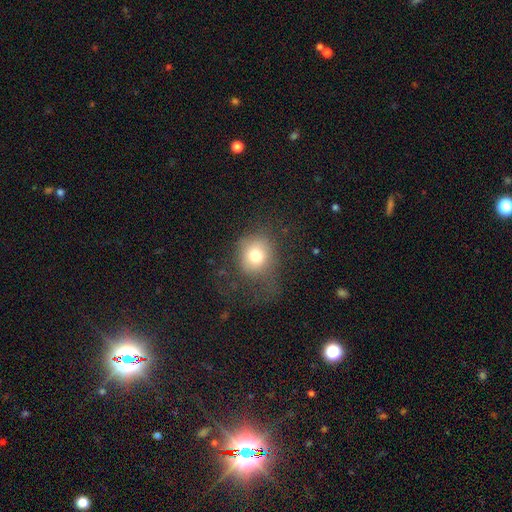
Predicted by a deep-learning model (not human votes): Smooth or featured: smooth — 75% (featured or disk — 13%)
How rounded: round — 79% (in between — 20%)
Merging: none — 55% (major disturbance — 22%)